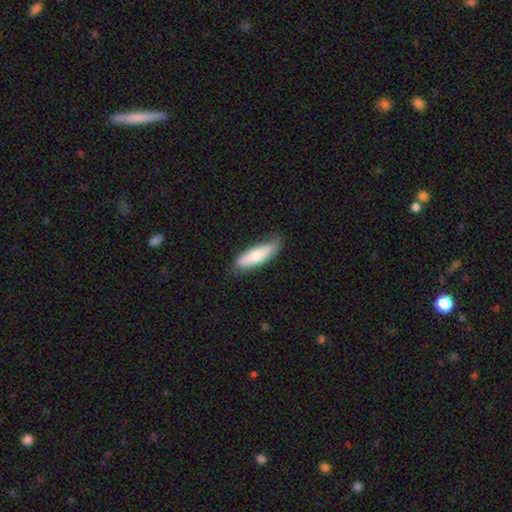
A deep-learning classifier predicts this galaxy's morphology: type=smooth (69%); roundness=cigar-shaped (57%); merging=none (76%).